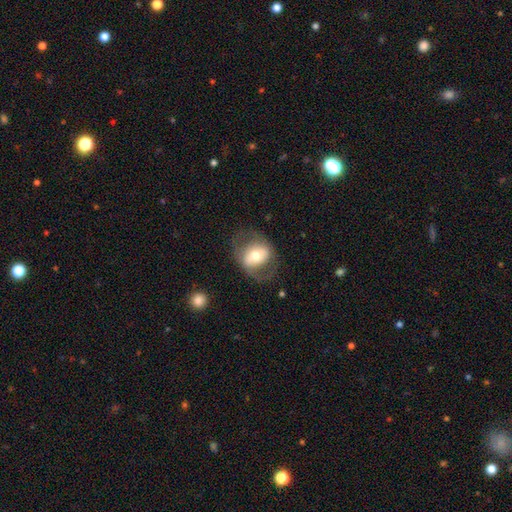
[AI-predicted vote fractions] Smooth or featured? Predicted: featured or disk (p=0.48). Merging? Predicted: none (p=0.64).